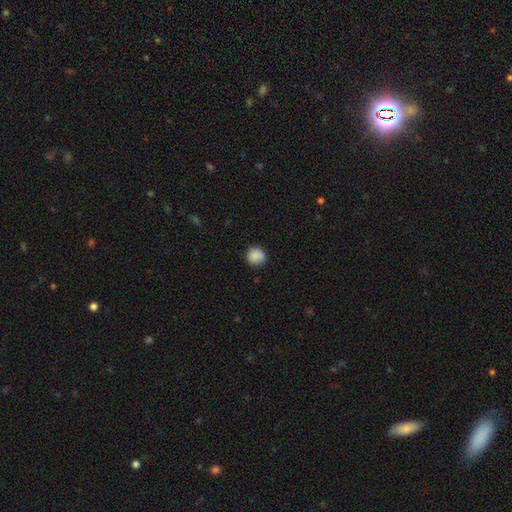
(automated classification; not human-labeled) Smooth or featured: smooth — 88% (star or artifact — 9%)
How rounded: round — 89% (in between — 10%)
Merging: none — 83% (minor disturbance — 13%)